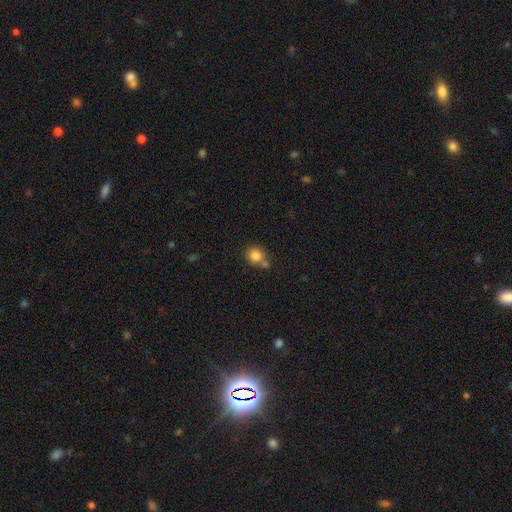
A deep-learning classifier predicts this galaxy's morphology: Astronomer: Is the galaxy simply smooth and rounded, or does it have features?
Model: smooth — 82%.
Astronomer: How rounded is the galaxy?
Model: round — 85%.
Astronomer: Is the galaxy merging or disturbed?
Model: none — 56%.